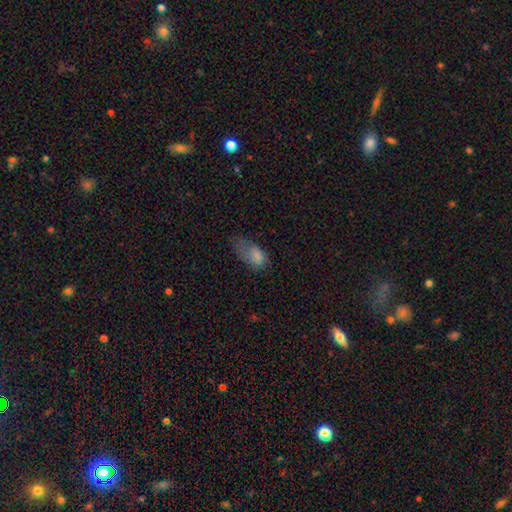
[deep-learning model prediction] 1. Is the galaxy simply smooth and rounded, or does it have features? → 75% smooth, 14% featured or disk, 11% star or artifact.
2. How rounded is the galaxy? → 90% in between, 5% round, 4% cigar-shaped.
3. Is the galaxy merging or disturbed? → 36% major disturbance, 33% minor disturbance, 27% none, 3% merger.